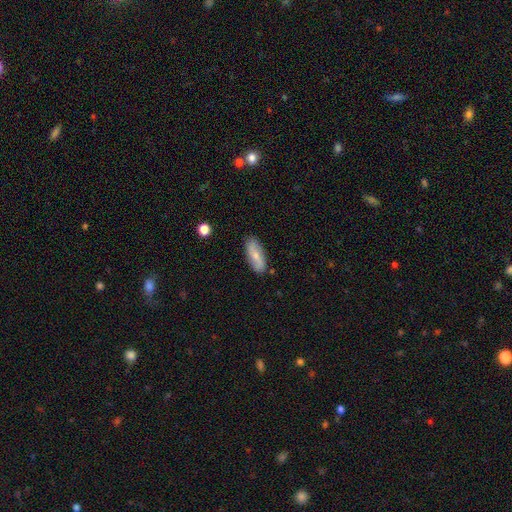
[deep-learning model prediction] The model was most divided on "smooth or featured": smooth: 59%, featured or disk: 35%, star or artifact: 6%. More confident: merging — none (85%); how rounded — in between (70%).